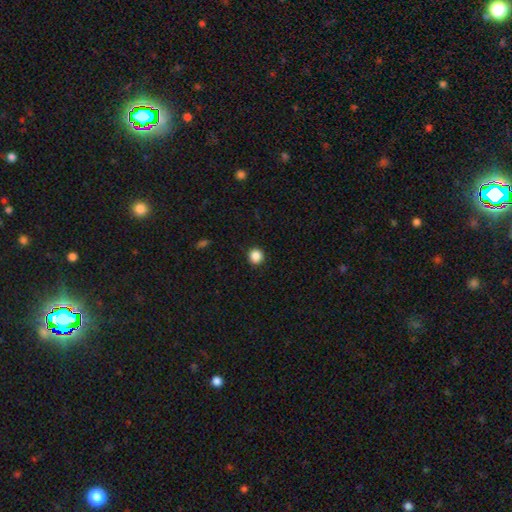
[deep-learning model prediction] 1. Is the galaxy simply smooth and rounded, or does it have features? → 87% smooth, 10% star or artifact, 3% featured or disk.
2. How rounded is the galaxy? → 93% round, 6% in between, 1% cigar-shaped.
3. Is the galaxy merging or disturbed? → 92% none, 6% minor disturbance, 2% major disturbance, 1% merger.